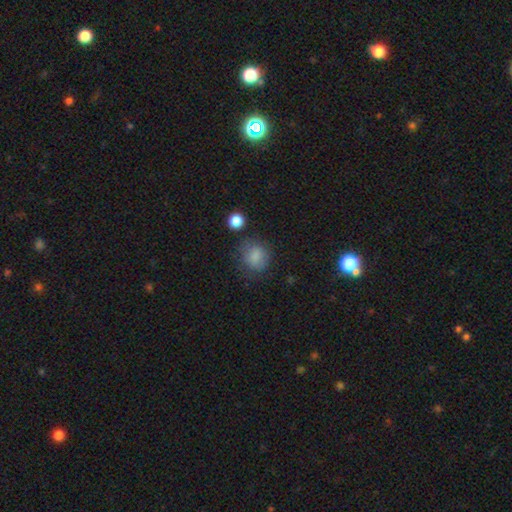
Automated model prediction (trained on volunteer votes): smooth 79%, star or artifact 13%, featured or disk 7%. Down the decision tree: how rounded — round (75%); merging — none (75%).